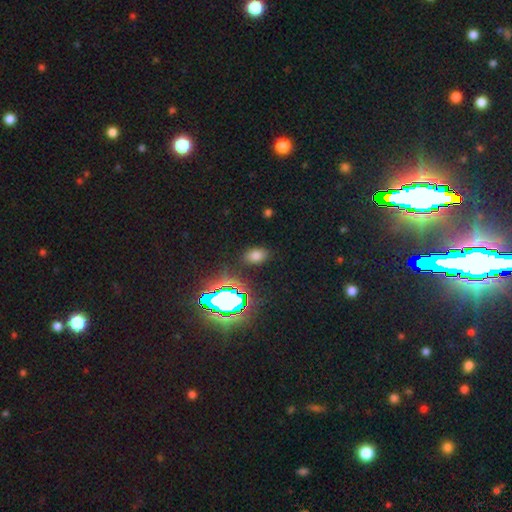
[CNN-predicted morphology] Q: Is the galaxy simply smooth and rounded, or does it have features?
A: smooth — 67%.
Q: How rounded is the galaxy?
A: in between — 85%.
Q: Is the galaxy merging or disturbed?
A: none — 84%.